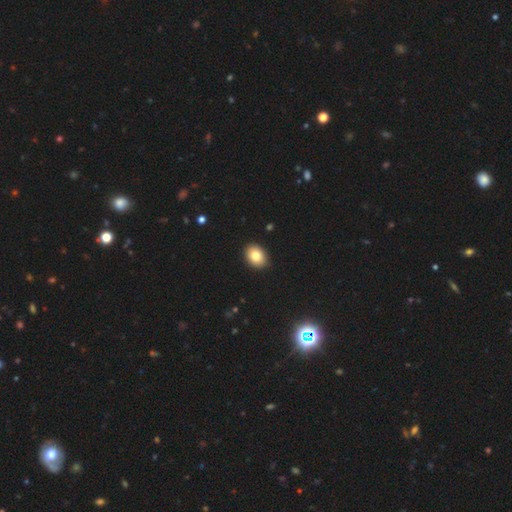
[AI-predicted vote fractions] Smooth or featured: smooth — 83% (star or artifact — 9%)
How rounded: in between — 68% (round — 31%)
Merging: none — 90% (minor disturbance — 7%)